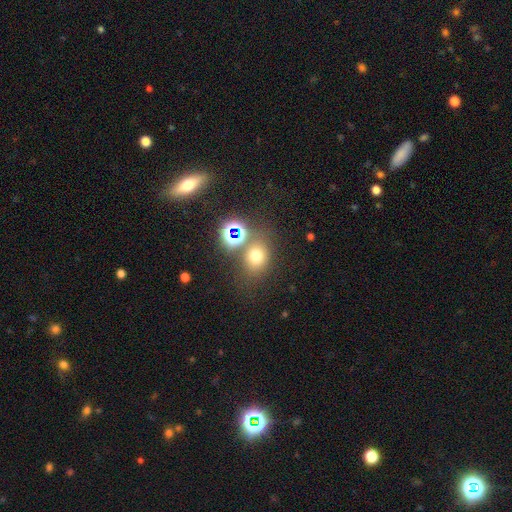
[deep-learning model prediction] smooth_or_featured: smooth (p=0.66) [alt: star or artifact p=0.25]
how_rounded: round (p=0.59) [alt: in between p=0.40]
merging: none (p=0.67) [alt: merger p=0.16]